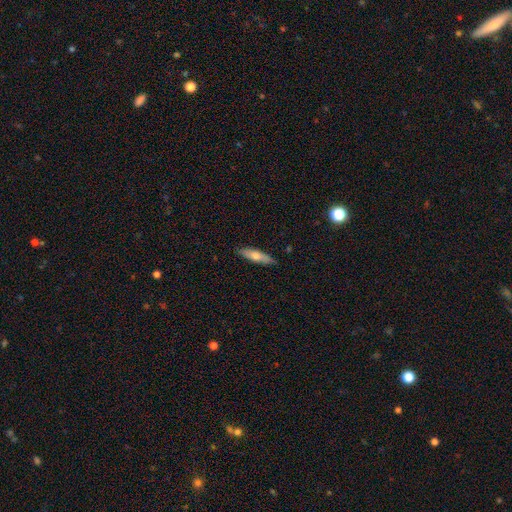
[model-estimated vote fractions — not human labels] This appears to be a smooth galaxy with no disk features (61%) that is cigar-shaped (70%). Merging: none (86%).